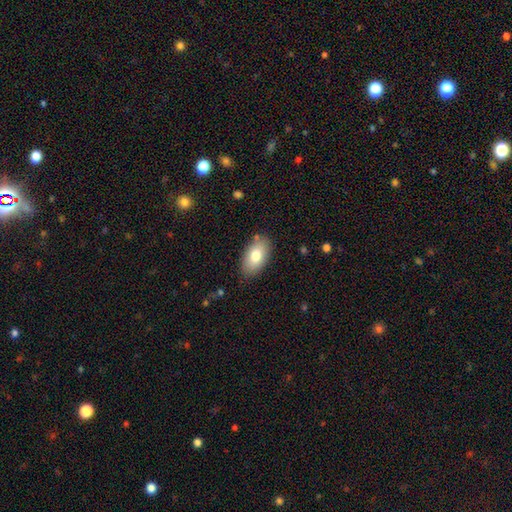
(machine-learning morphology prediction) Smooth or featured?
  - smooth: 78% *
  - featured or disk: 15%
  - star or artifact: 7%
How rounded?
  - in between: 94% *
  - round: 4%
  - cigar-shaped: 2%
Merging?
  - none: 84% *
  - minor disturbance: 11%
  - major disturbance: 3%
  - merger: 2%